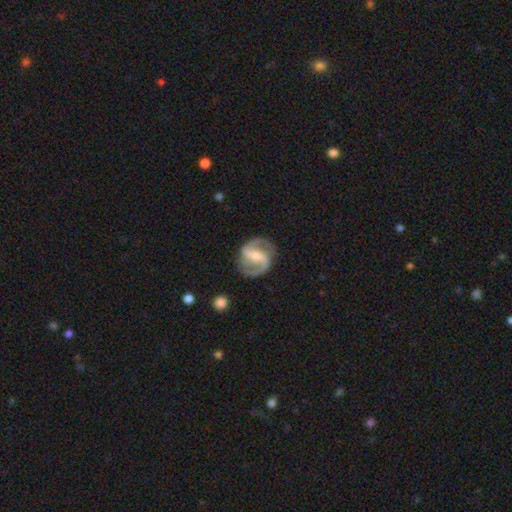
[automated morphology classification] Overall: featured or disk (90%). Edge-on disk: no (98%). Bar: strong (48%; weak 36%). Spiral arms: yes (97%). Spiral arm count: 2 (91%). Spiral winding: medium (55%; loose 26%). Bulge size: small (53%; moderate 40%). Merging: none (82%).